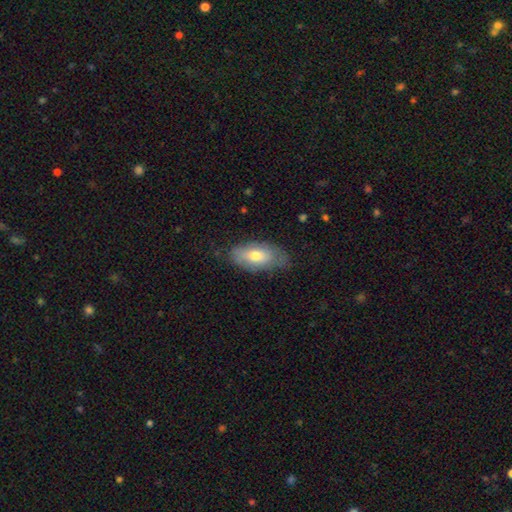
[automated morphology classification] smooth_or_featured: smooth (p=0.66) [alt: featured or disk p=0.27]
how_rounded: in between (p=0.90) [alt: cigar-shaped p=0.06]
merging: none (p=0.67) [alt: minor disturbance p=0.25]